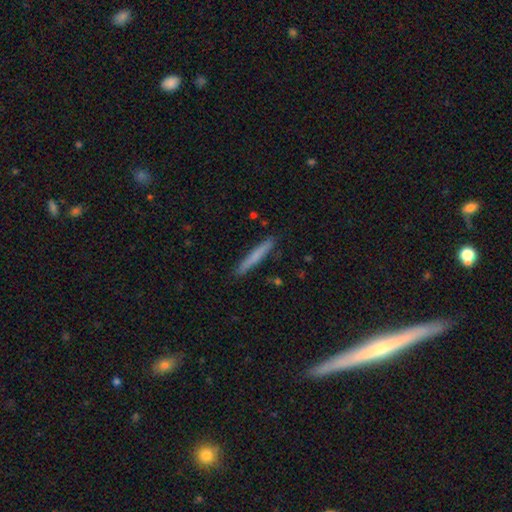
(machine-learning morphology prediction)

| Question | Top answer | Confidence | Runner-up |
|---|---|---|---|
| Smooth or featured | smooth | 68% | featured or disk (26%) |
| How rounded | cigar-shaped | 96% | in between (2%) |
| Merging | none | 90% | minor disturbance (7%) |